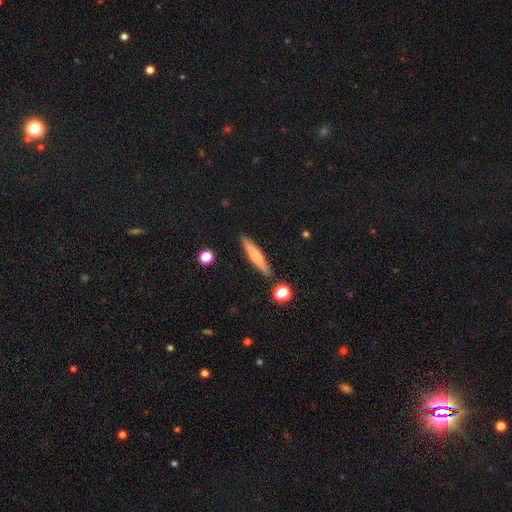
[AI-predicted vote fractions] smooth-or-featured: smooth: 63% | featured or disk: 31% | star or artifact: 6%
  how-rounded: cigar-shaped: 88% | in between: 10% | round: 2%
  merging: none: 87% | minor disturbance: 9% | merger: 3% | major disturbance: 2%